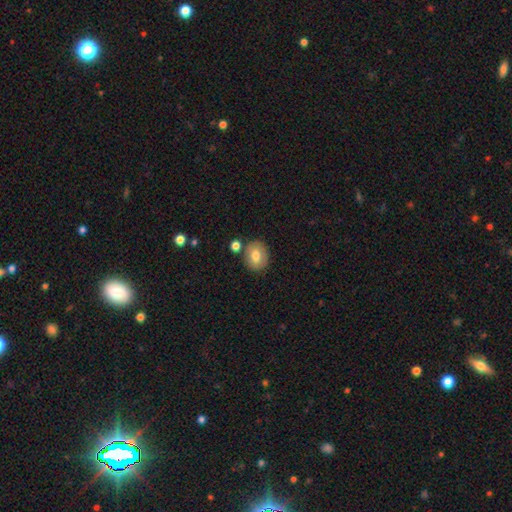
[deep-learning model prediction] Smooth or featured?
  - smooth: 73% *
  - featured or disk: 19%
  - star or artifact: 8%
How rounded?
  - round: 58% *
  - in between: 42%
  - cigar-shaped: 1%
Merging?
  - none: 77% *
  - minor disturbance: 11%
  - merger: 9%
  - major disturbance: 3%